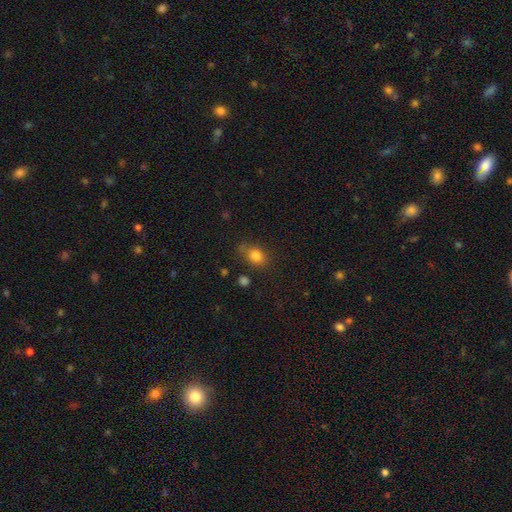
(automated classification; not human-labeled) A smooth galaxy with no disk features (82%) that is in between round and cigar-shaped (53%). Merging: none (66%).